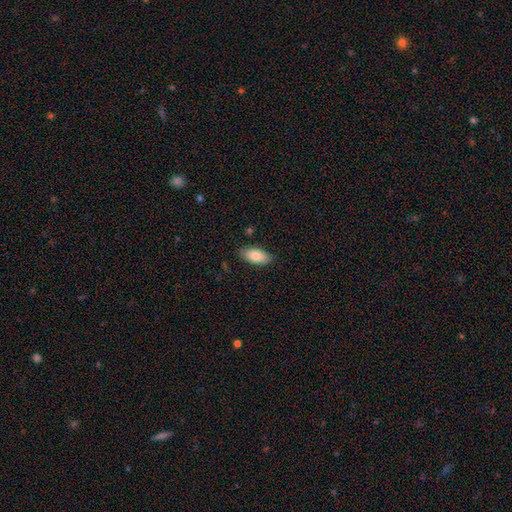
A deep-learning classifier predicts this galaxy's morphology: type=smooth (83%); roundness=in between (92%); merging=none (85%).